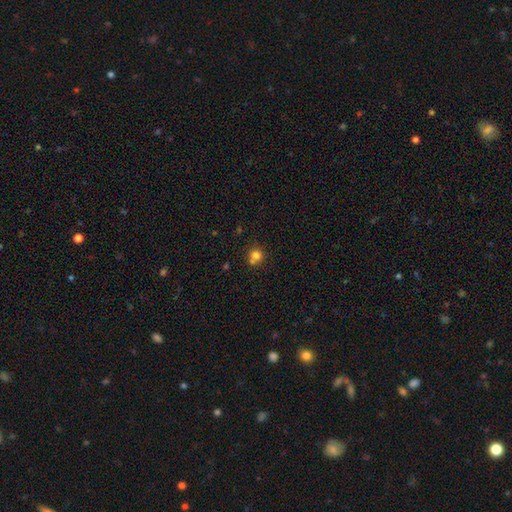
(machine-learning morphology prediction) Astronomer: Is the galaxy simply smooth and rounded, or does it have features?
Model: smooth — 78%.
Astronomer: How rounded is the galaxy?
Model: round — 88%.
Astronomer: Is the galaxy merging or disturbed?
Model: none — 57%.